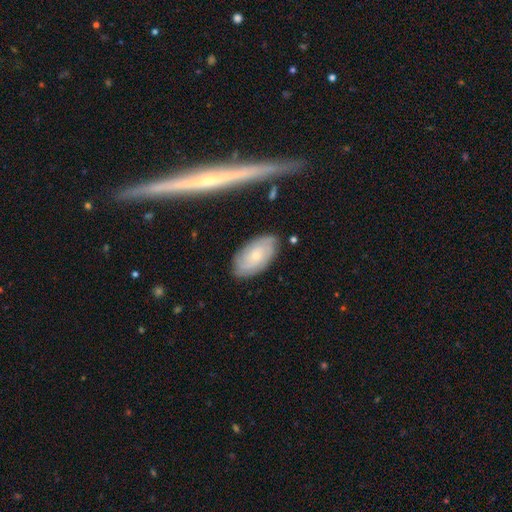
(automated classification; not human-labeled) Smooth or featured? featured or disk (56%)
Edge-on disk? no (91%)
Bar? no (78%)
Spiral arms? yes (84%)
Bulge size? small (72%)
Merging? none (79%)